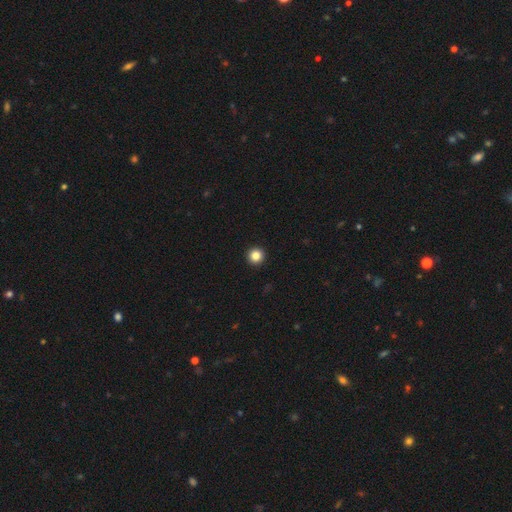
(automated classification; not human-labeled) smooth-or-featured: smooth: 85% | star or artifact: 11% | featured or disk: 4%
  how-rounded: round: 96% | in between: 3% | cigar-shaped: 1%
  merging: none: 94% | minor disturbance: 3% | major disturbance: 1% | merger: 1%